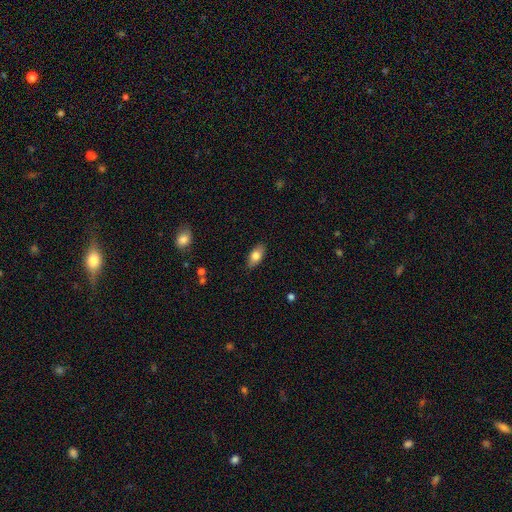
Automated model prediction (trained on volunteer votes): smooth 76%, featured or disk 17%, star or artifact 7%. Down the decision tree: how rounded — in between (88%); merging — none (87%).